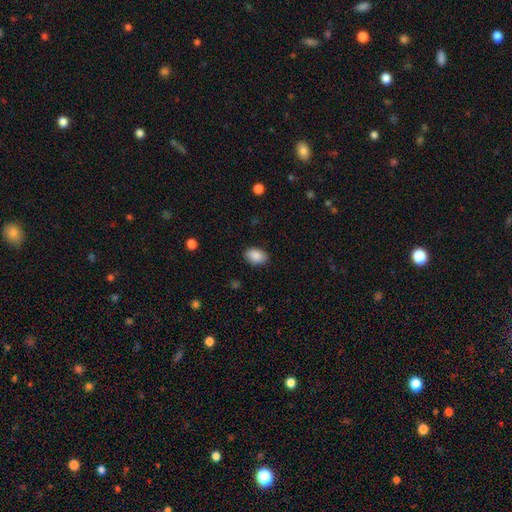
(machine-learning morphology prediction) Smooth or featured?
  - smooth: 89% *
  - star or artifact: 7%
  - featured or disk: 4%
How rounded?
  - in between: 86% *
  - round: 13%
  - cigar-shaped: 1%
Merging?
  - none: 87% *
  - minor disturbance: 10%
  - major disturbance: 2%
  - merger: 1%